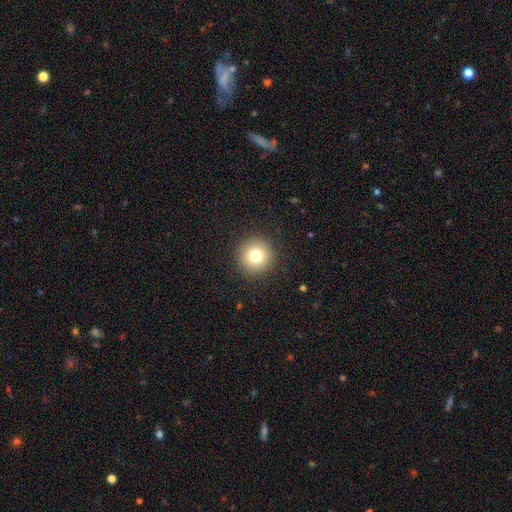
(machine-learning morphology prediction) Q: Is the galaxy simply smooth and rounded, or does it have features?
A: smooth — 79%.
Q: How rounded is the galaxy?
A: round — 96%.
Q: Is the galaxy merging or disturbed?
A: none — 92%.